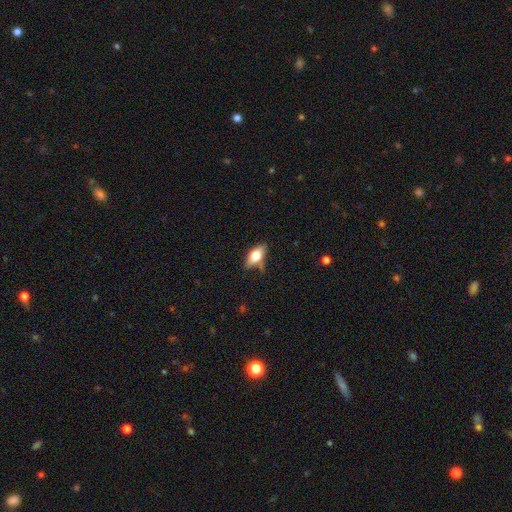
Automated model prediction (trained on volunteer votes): Smooth or featured: smooth — 69% (featured or disk — 23%)
How rounded: in between — 85% (cigar-shaped — 9%)
Merging: none — 59% (minor disturbance — 25%)